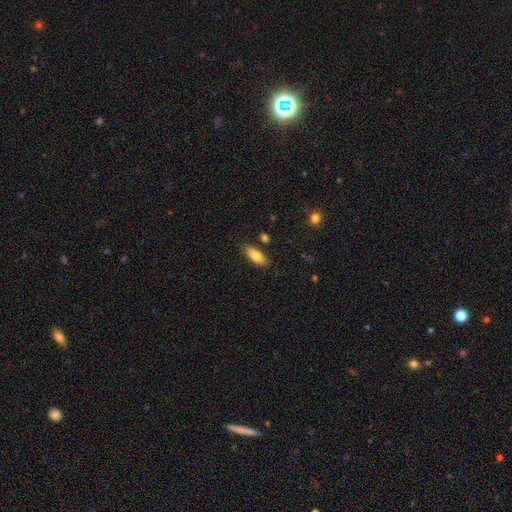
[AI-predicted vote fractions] The model was most divided on "how rounded": in between: 79%, cigar-shaped: 19%, round: 2%. More confident: merging — none (84%); smooth or featured — smooth (81%).